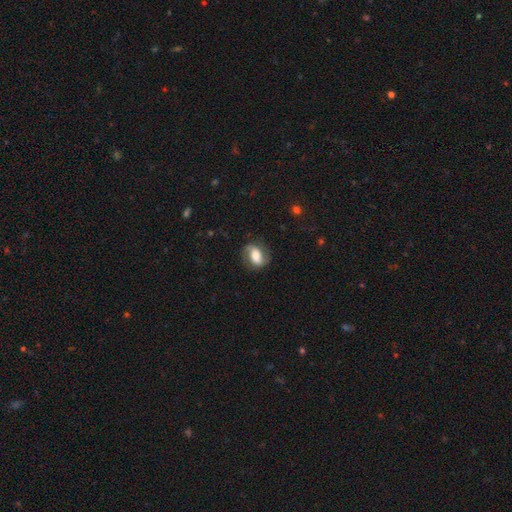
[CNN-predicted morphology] A featured or disk galaxy (60%) with a weak bar (36%), spiral arms (86%) and a moderate central bulge (49%).

Vote fractions:
- Smooth or featured? featured or disk: 60% / smooth: 33% / star or artifact: 8%
- Edge-on disk? no: 96% / yes: 4%
- Bar? weak: 36% / no: 33% / strong: 32%
- Spiral arms? yes: 86% / no: 14%
- Bulge size? moderate: 49% / large: 29% / small: 15% / dominant: 4% / none: 3%
- Merging? none: 76% / minor disturbance: 16% / major disturbance: 7% / merger: 1%